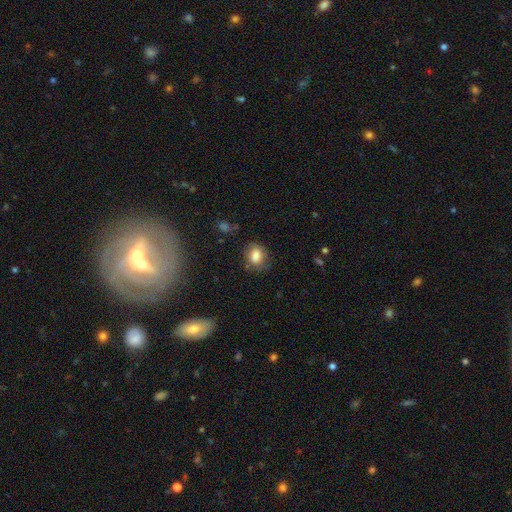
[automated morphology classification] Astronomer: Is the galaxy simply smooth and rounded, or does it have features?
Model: smooth — 82%.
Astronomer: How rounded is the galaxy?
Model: in between — 54% (runner-up: round, 45%).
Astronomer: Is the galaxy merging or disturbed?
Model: none — 73%.